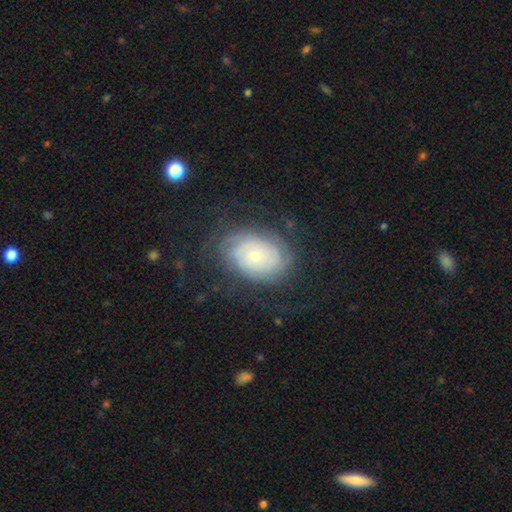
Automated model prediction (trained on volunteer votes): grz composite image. It shows a featured or disk galaxy (69%) with no bar (81%), tight (71%) spiral arms (89%) and a small central bulge (73%). Merging: none (70%).